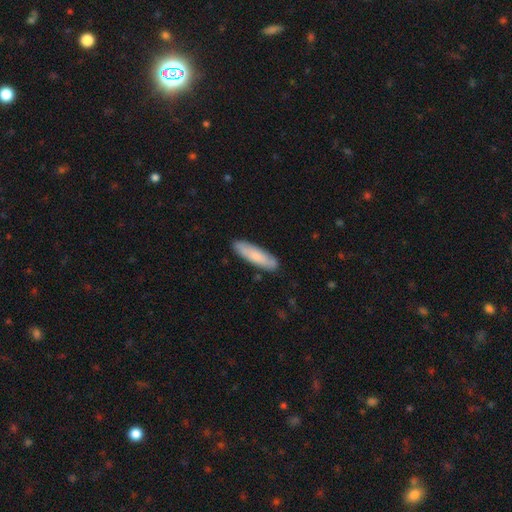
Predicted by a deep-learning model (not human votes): smooth 76%, featured or disk 18%, star or artifact 5%. Down the decision tree: how rounded — cigar-shaped (69%); merging — none (87%).